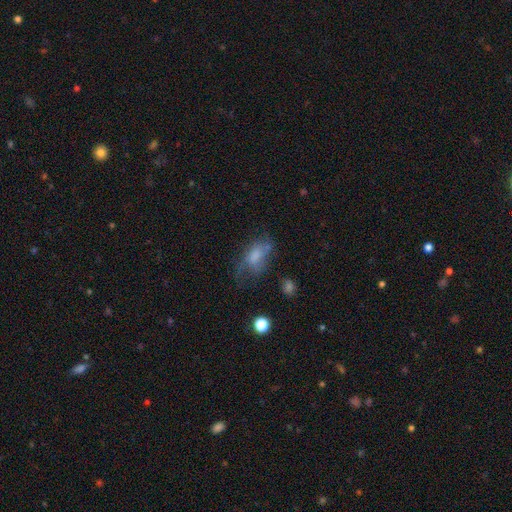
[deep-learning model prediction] smooth_or_featured: smooth (p=0.59) [alt: featured or disk p=0.29]
how_rounded: in between (p=0.86) [alt: round p=0.09]
merging: none (p=0.38) [alt: major disturbance p=0.29]